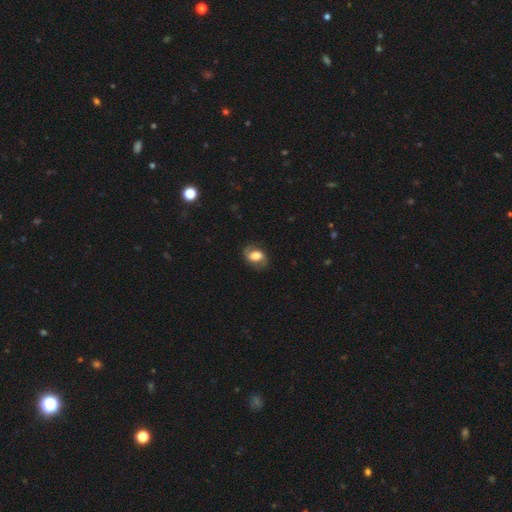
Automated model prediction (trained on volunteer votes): Q: Smooth or featured?
A: featured or disk (53%); runner-up: smooth (39%)
Q: Edge-on disk?
A: no (95%); runner-up: yes (5%)
Q: Bar?
A: weak (40%); runner-up: no (39%)
Q: Spiral arms?
A: yes (81%); runner-up: no (19%)
Q: Bulge size?
A: large (45%); runner-up: moderate (35%)
Q: Merging?
A: none (76%); runner-up: minor disturbance (16%)